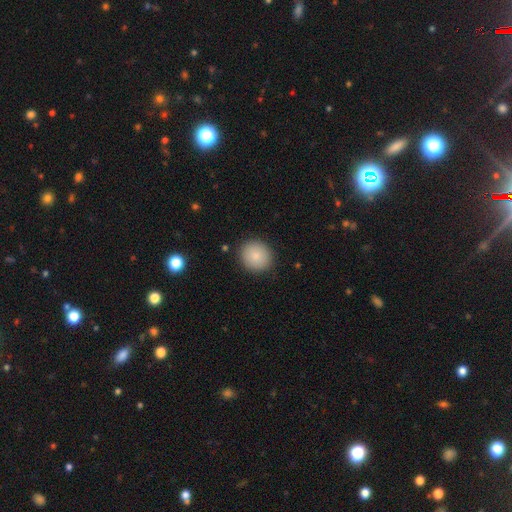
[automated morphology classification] Overall: smooth (86%). How rounded: round (84%). Merging: none (89%).